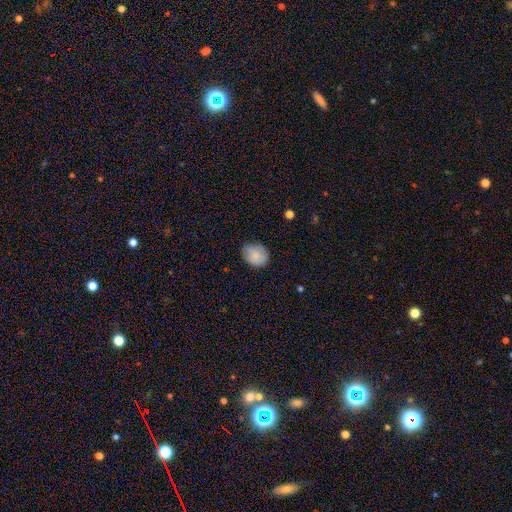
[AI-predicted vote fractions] Q: Smooth or featured?
A: smooth (85%); runner-up: featured or disk (8%)
Q: How rounded?
A: round (63%); runner-up: in between (36%)
Q: Merging?
A: none (75%); runner-up: minor disturbance (20%)